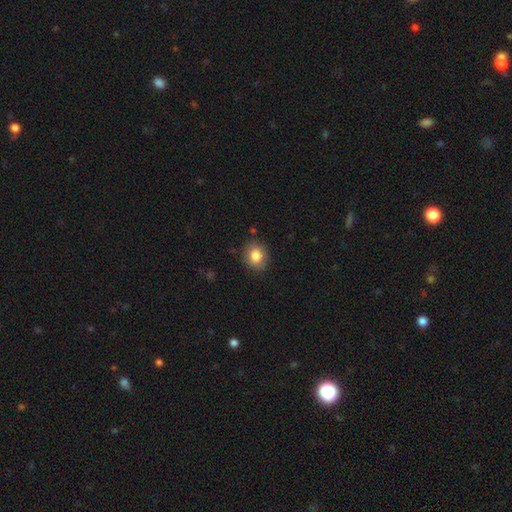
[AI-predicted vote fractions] A smooth galaxy with no disk features (83%) that is round (57%).

Vote fractions:
- Smooth or featured? smooth: 83% / featured or disk: 8% / star or artifact: 8%
- How rounded? round: 57% / in between: 42% / cigar-shaped: 1%
- Merging? none: 84% / minor disturbance: 12% / major disturbance: 3% / merger: 2%